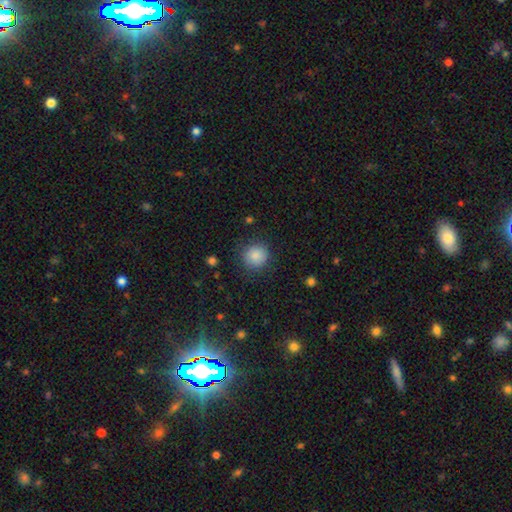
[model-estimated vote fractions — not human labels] This appears to be a smooth galaxy with no disk features (86%) that is round (90%). Merging: none (84%).